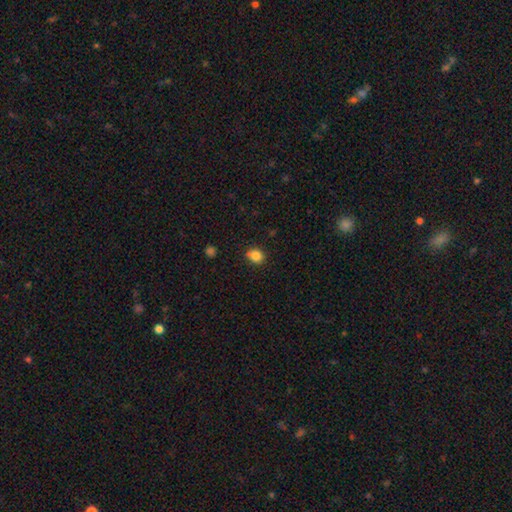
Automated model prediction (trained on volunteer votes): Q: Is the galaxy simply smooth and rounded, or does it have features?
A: smooth — 83%.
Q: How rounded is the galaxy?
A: round — 71%.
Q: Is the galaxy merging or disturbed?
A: none — 72%.